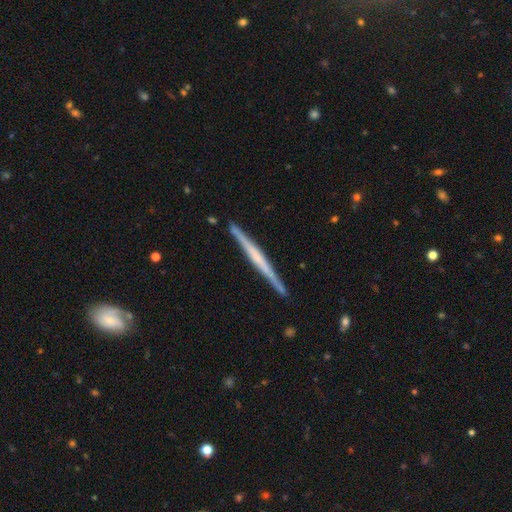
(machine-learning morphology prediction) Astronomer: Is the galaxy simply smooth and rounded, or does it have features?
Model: featured or disk — 68%.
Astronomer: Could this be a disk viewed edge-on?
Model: yes — 98%.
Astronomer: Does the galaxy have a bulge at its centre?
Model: none — 54%.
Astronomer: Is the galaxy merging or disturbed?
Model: none — 90%.